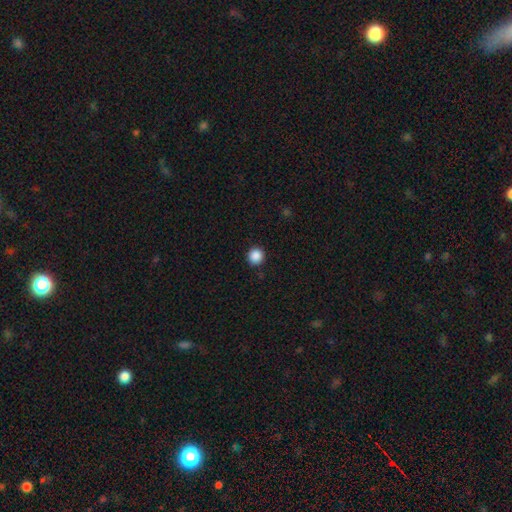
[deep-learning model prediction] Smooth or featured: smooth — 88% (star or artifact — 10%)
How rounded: round — 94% (in between — 5%)
Merging: none — 92% (minor disturbance — 5%)